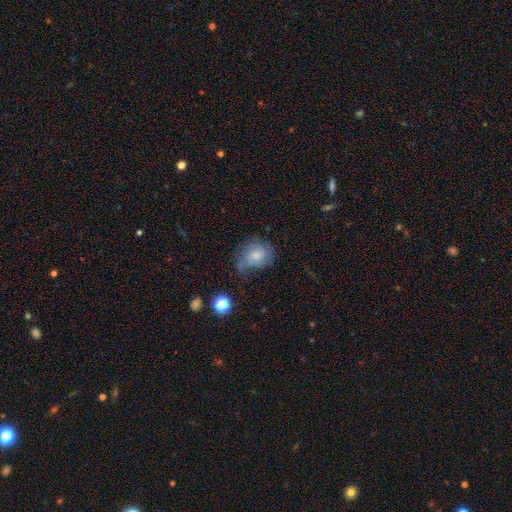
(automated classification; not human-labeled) smooth-or-featured: smooth: 56% | featured or disk: 34% | star or artifact: 10%
  how-rounded: round: 52% | in between: 47% | cigar-shaped: 1%
  merging: none: 46% | minor disturbance: 32% | major disturbance: 19% | merger: 4%